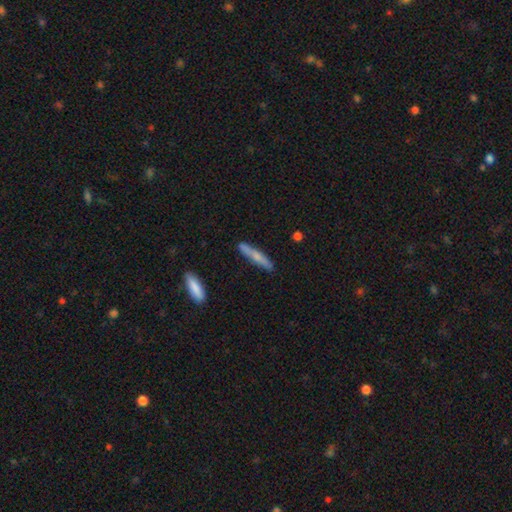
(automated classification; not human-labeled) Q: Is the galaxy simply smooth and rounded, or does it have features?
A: smooth — 60%.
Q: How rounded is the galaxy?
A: cigar-shaped — 91%.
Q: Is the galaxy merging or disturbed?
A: none — 84%.